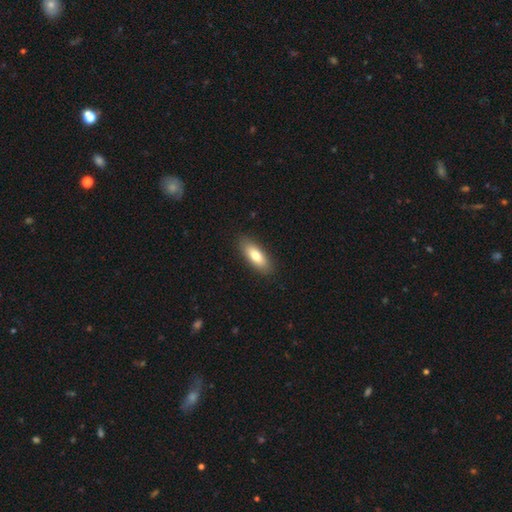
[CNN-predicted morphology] A smooth galaxy with no disk features (78%) that is in between round and cigar-shaped (74%). Merging: none (89%).